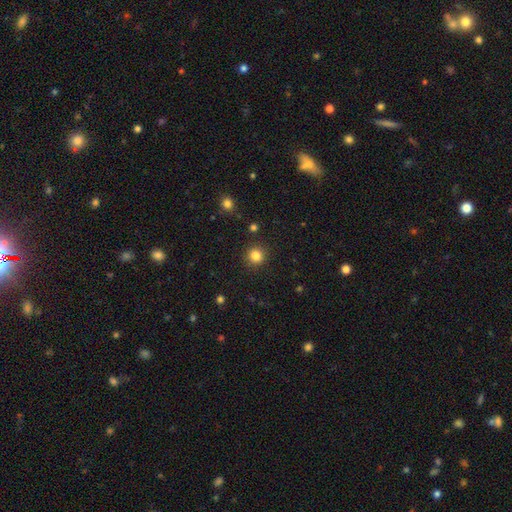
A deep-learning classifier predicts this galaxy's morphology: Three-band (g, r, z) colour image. It shows a smooth galaxy with no disk features (84%) that is round (93%). Merging: none (91%).